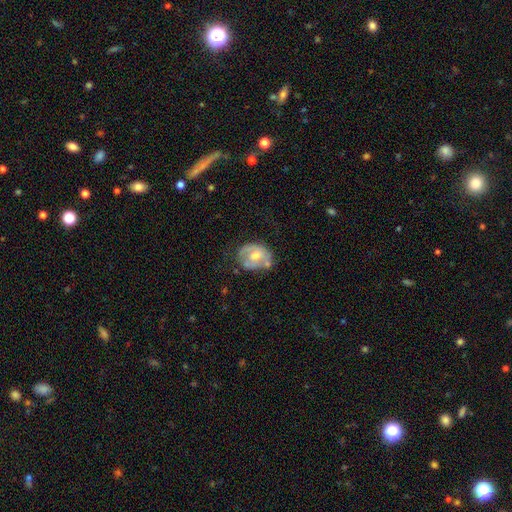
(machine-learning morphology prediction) type=featured or disk (55%); edge-on=no (96%); bar=no (54%); spiral arms=no (50%, tied with yes); bulge=moderate (62%); merging=none (45%).